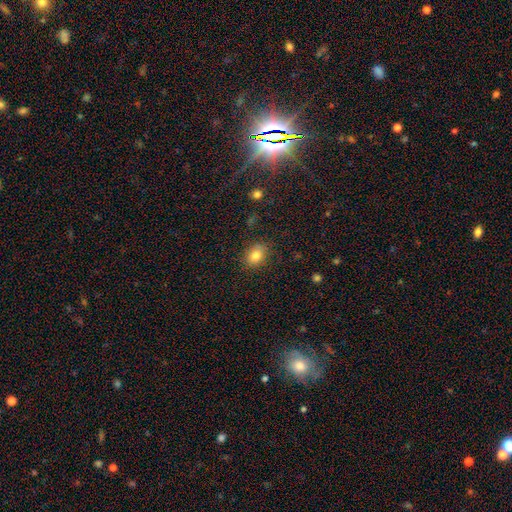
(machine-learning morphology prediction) A smooth galaxy with no disk features (82%) that is in between round and cigar-shaped (67%). Merging: none (83%).